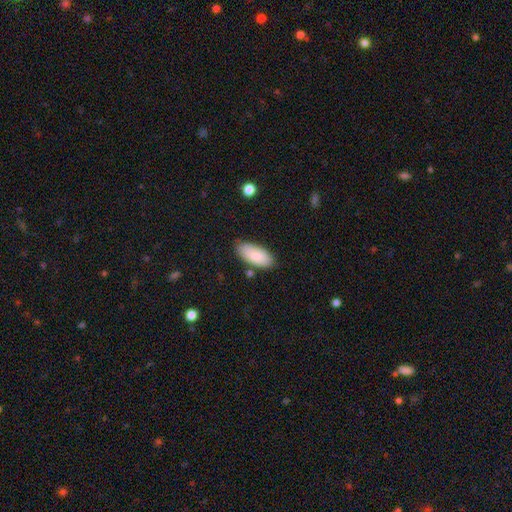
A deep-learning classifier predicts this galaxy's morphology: Smooth or featured?
  - smooth: 86% *
  - featured or disk: 8%
  - star or artifact: 6%
How rounded?
  - in between: 89% *
  - cigar-shaped: 9%
  - round: 2%
Merging?
  - none: 79% *
  - minor disturbance: 15%
  - merger: 3%
  - major disturbance: 3%